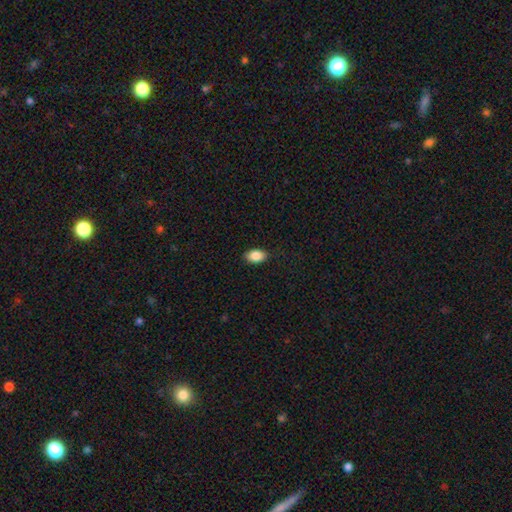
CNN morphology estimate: A smooth galaxy with no disk features (88%) that is in between round and cigar-shaped (88%).

Vote fractions:
- Smooth or featured? smooth: 88% / star or artifact: 7% / featured or disk: 5%
- How rounded? in between: 88% / round: 11% / cigar-shaped: 1%
- Merging? none: 86% / minor disturbance: 10% / major disturbance: 2% / merger: 1%